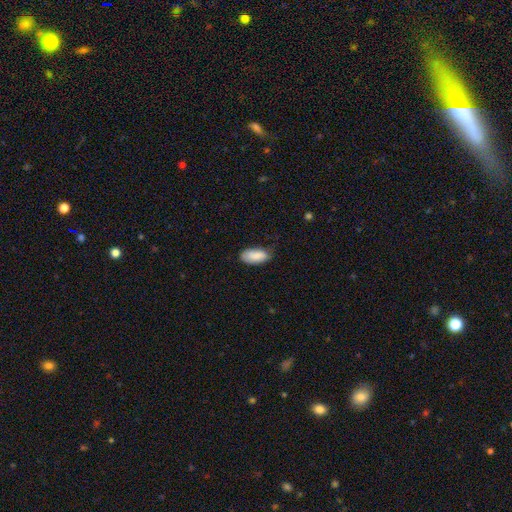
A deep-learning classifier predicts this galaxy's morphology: Overall: smooth (86%). How rounded: in between (92%). Merging: none (60%; minor disturbance 32%).